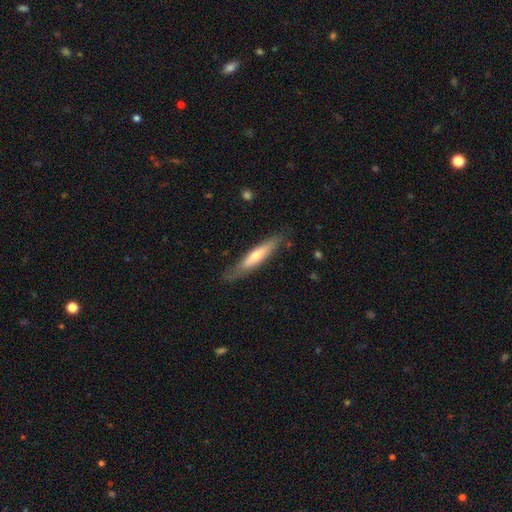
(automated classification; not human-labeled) Smooth or featured: smooth — 48% (featured or disk — 46%)
Merging: none — 79% (minor disturbance — 16%)